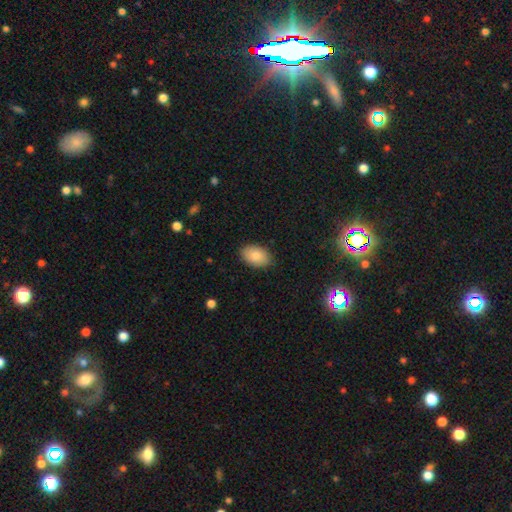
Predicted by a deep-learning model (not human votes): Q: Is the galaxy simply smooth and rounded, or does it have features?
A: smooth — 84%.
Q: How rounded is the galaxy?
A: in between — 89%.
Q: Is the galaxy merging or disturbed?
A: none — 86%.